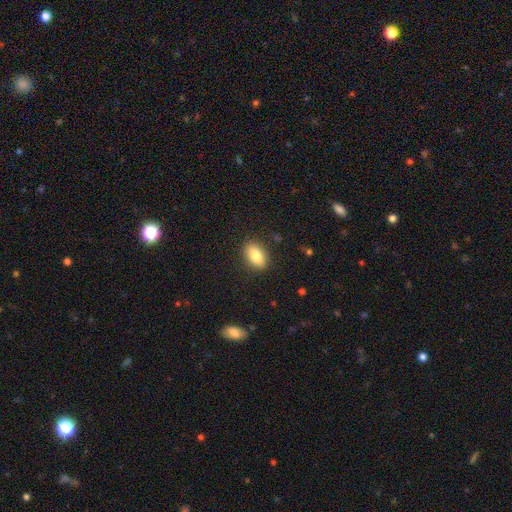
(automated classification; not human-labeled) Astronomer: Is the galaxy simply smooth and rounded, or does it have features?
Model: smooth — 82%.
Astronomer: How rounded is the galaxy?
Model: in between — 87%.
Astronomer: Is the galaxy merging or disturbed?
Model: none — 87%.